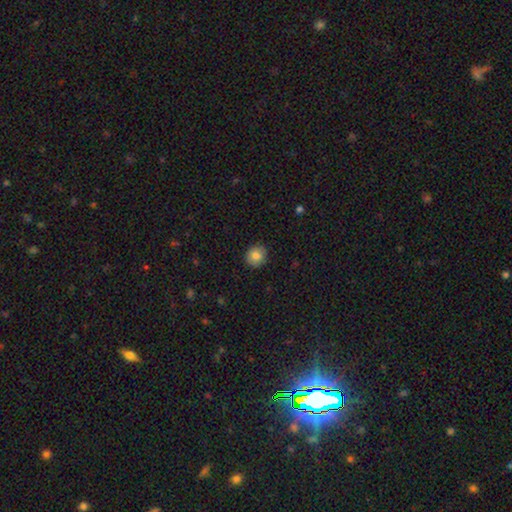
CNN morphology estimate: Smooth or featured?
  - smooth: 82% *
  - star or artifact: 9%
  - featured or disk: 9%
How rounded?
  - round: 86% *
  - in between: 13%
  - cigar-shaped: 1%
Merging?
  - none: 90% *
  - minor disturbance: 8%
  - major disturbance: 2%
  - merger: 1%